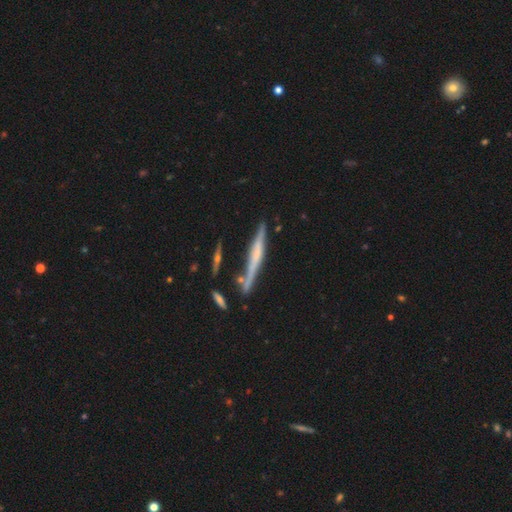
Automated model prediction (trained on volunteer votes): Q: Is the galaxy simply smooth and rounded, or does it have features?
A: featured or disk — 61%.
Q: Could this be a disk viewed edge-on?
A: yes — 95%.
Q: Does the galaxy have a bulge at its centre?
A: none — 48%.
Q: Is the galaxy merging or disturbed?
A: none — 70%.